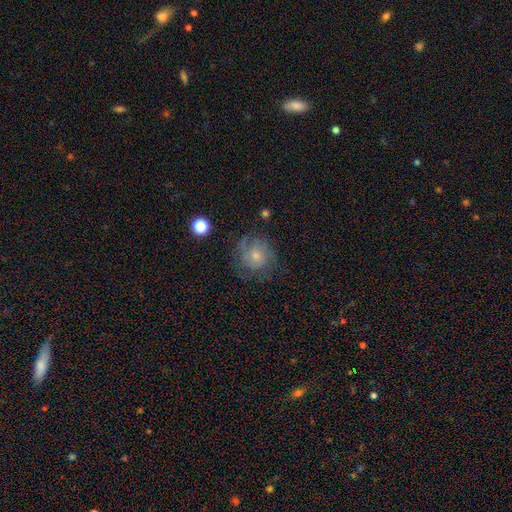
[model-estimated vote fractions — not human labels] Smooth or featured? Predicted: featured or disk (p=0.51). Edge-on disk? Predicted: no (p=0.97). Merging? Predicted: none (p=0.72).